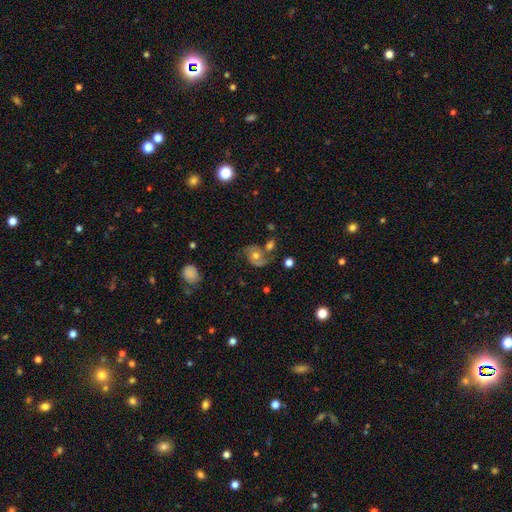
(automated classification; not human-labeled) Q: Smooth or featured?
A: featured or disk (65%); runner-up: smooth (26%)
Q: Edge-on disk?
A: no (97%); runner-up: yes (3%)
Q: Bar?
A: no (76%); runner-up: weak (19%)
Q: Spiral arms?
A: yes (86%); runner-up: no (14%)
Q: Spiral winding?
A: medium (46%); runner-up: loose (35%)
Q: Spiral arm count?
A: 2 (81%); runner-up: 1 (10%)
Q: Bulge size?
A: moderate (70%); runner-up: small (14%)
Q: Merging?
A: none (48%); runner-up: minor disturbance (20%)